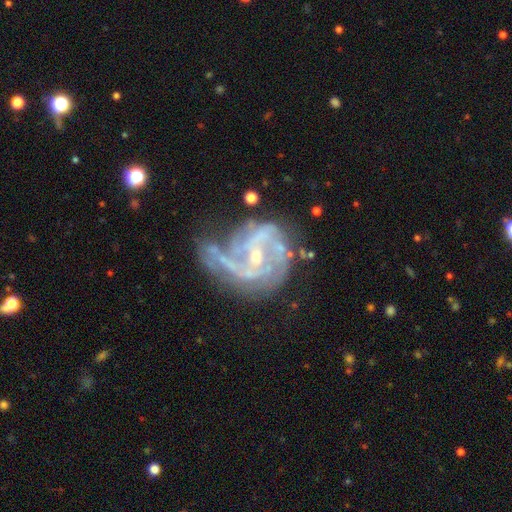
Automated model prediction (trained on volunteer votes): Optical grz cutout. It shows a featured or disk galaxy (88%) with no bar (45%), 2 (40%) medium (44%) spiral arms (94%) and a small central bulge (70%). Merging: none (43%).